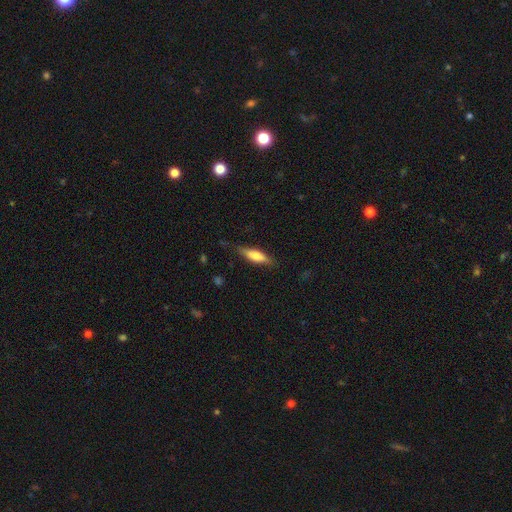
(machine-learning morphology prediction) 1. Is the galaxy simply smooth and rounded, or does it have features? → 62% smooth, 32% featured or disk, 6% star or artifact.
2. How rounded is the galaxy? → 58% cigar-shaped, 40% in between, 2% round.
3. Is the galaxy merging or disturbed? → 78% none, 18% minor disturbance, 4% major disturbance, 1% merger.